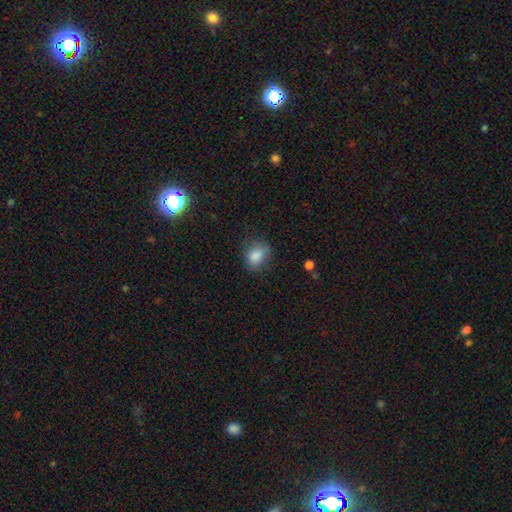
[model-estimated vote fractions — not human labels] Smooth or featured? Predicted: smooth (p=0.84). How rounded? Predicted: in between (p=0.64). Merging? Predicted: none (p=0.67).